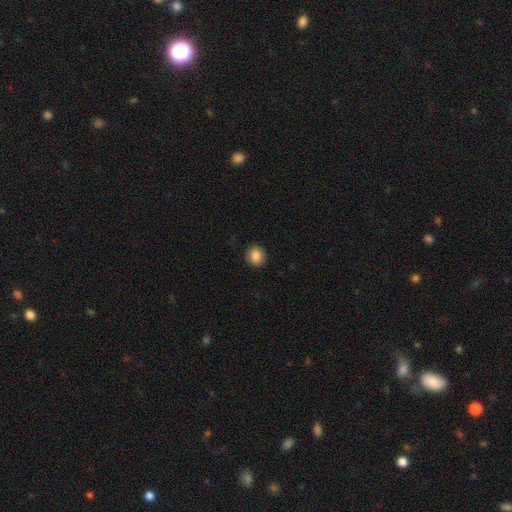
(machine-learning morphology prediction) type=smooth (87%); roundness=round (83%); merging=none (91%).